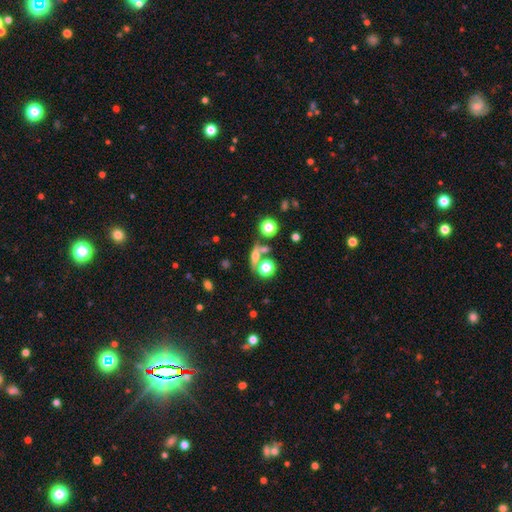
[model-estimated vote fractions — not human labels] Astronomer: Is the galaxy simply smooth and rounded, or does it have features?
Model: smooth — 48% (runner-up: featured or disk, 32%).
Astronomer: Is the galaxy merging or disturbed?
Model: none — 61%.